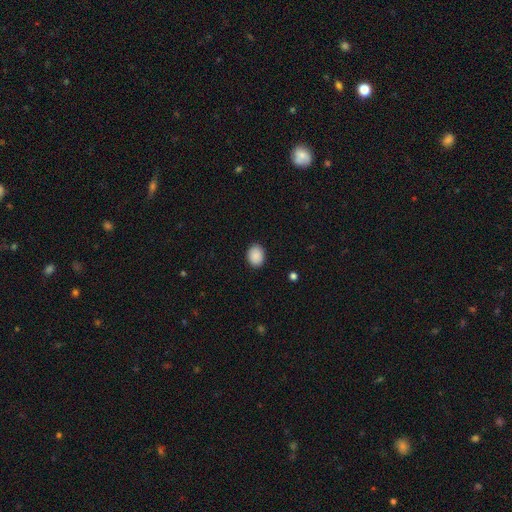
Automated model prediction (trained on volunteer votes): A smooth galaxy with no disk features (90%) that is in between round and cigar-shaped (60%). Merging: none (88%).